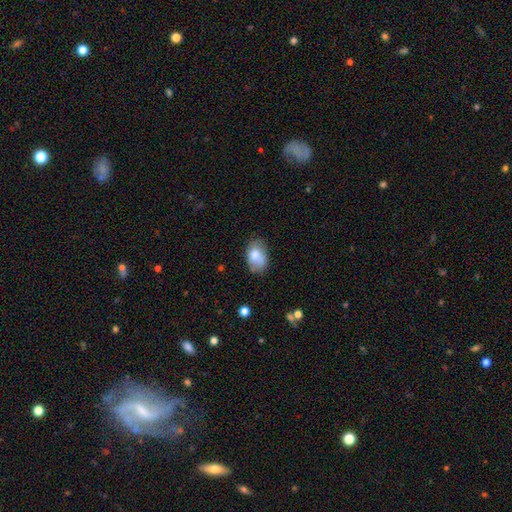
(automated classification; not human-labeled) Overall: smooth (74%). How rounded: in between (83%). Merging: none (52%; minor disturbance 28%).